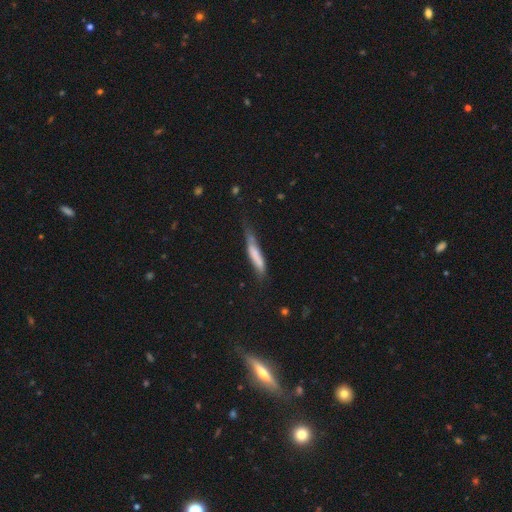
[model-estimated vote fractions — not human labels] Smooth or featured?
  - smooth: 65% *
  - featured or disk: 28%
  - star or artifact: 7%
How rounded?
  - cigar-shaped: 87% *
  - in between: 11%
  - round: 2%
Merging?
  - none: 42% *
  - minor disturbance: 37%
  - major disturbance: 16%
  - merger: 6%